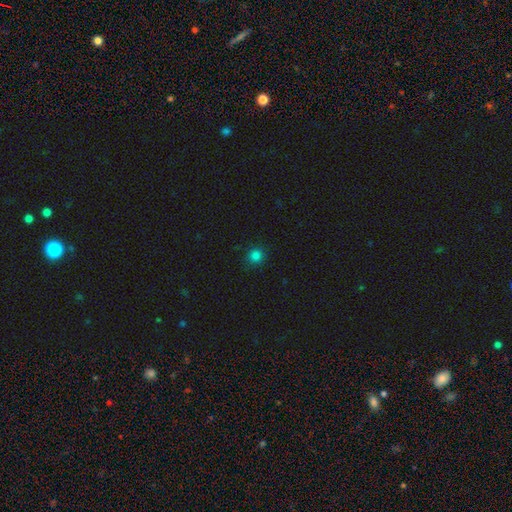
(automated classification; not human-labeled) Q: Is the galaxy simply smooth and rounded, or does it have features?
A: smooth — 82%.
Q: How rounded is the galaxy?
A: round — 92%.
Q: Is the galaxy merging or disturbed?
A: none — 90%.